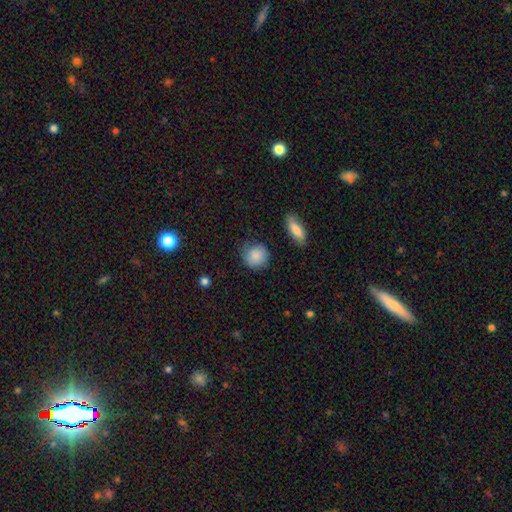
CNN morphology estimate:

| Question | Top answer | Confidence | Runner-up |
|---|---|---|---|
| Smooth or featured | smooth | 86% | featured or disk (7%) |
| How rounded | round | 85% | in between (14%) |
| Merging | none | 70% | minor disturbance (22%) |